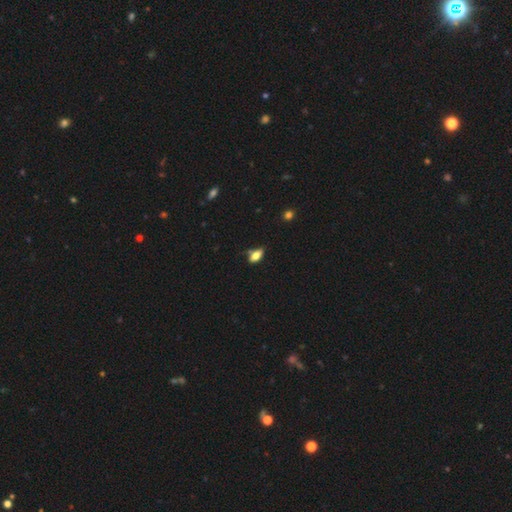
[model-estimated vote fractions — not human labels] Smooth or featured?
  - smooth: 73% *
  - featured or disk: 18%
  - star or artifact: 9%
How rounded?
  - in between: 87% *
  - cigar-shaped: 8%
  - round: 5%
Merging?
  - none: 55% *
  - minor disturbance: 28%
  - major disturbance: 9%
  - merger: 8%